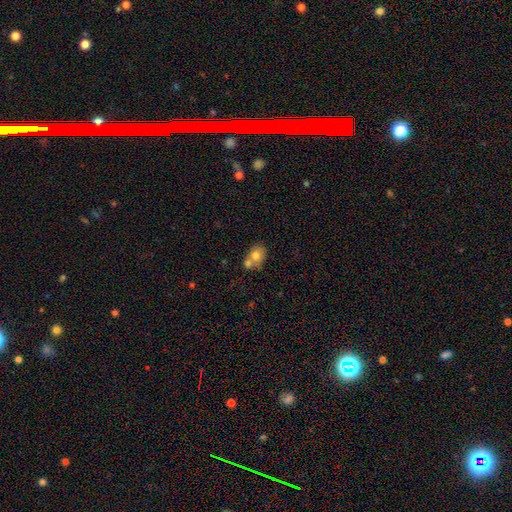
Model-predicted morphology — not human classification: Smooth or featured? Predicted: smooth (p=0.73). How rounded? Predicted: round (p=0.51). Merging? Predicted: merger (p=0.48).